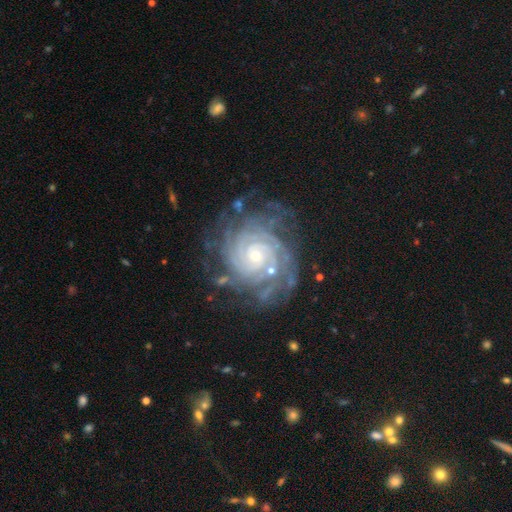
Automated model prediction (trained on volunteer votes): Q: Smooth or featured?
A: featured or disk (91%); runner-up: star or artifact (5%)
Q: Edge-on disk?
A: no (98%); runner-up: yes (2%)
Q: Bar?
A: no (72%); runner-up: weak (20%)
Q: Spiral arms?
A: yes (98%); runner-up: no (2%)
Q: Spiral winding?
A: tight (83%); runner-up: medium (15%)
Q: Spiral arm count?
A: 4 (26%); runner-up: can't tell (20%)
Q: Bulge size?
A: small (74%); runner-up: moderate (22%)
Q: Merging?
A: none (70%); runner-up: minor disturbance (18%)